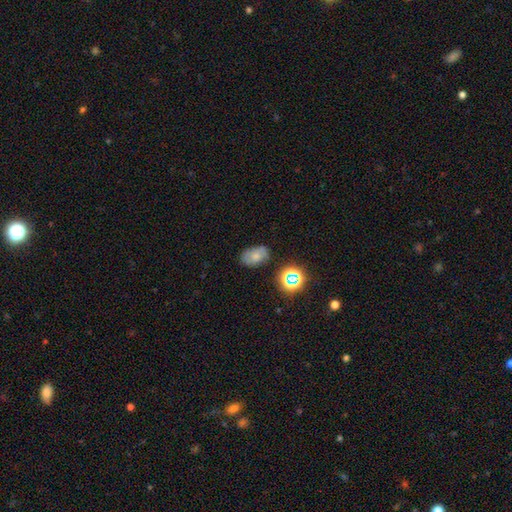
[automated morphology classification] Smooth or featured? Predicted: smooth (p=0.66). How rounded? Predicted: in between (p=0.84). Merging? Predicted: none (p=0.70).